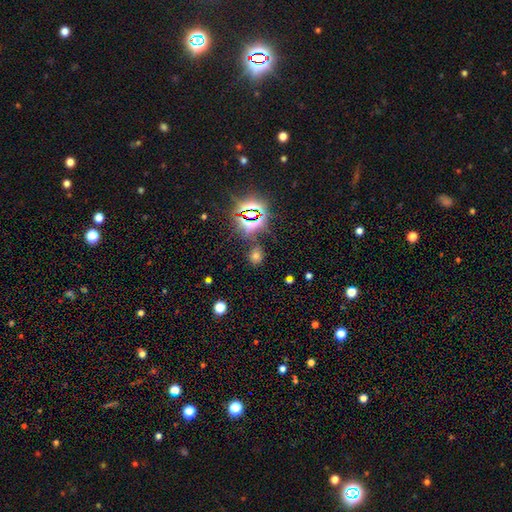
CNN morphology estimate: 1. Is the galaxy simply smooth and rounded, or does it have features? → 56% smooth, 35% star or artifact, 9% featured or disk.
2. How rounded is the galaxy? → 65% round, 33% in between, 1% cigar-shaped.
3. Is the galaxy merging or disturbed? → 80% none, 11% minor disturbance, 5% merger, 4% major disturbance.